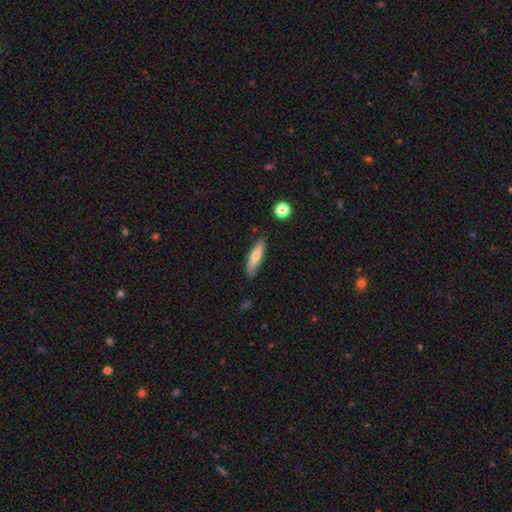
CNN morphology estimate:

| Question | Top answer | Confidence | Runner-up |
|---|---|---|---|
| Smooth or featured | smooth | 63% | featured or disk (31%) |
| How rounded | cigar-shaped | 77% | in between (21%) |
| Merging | none | 84% | minor disturbance (12%) |